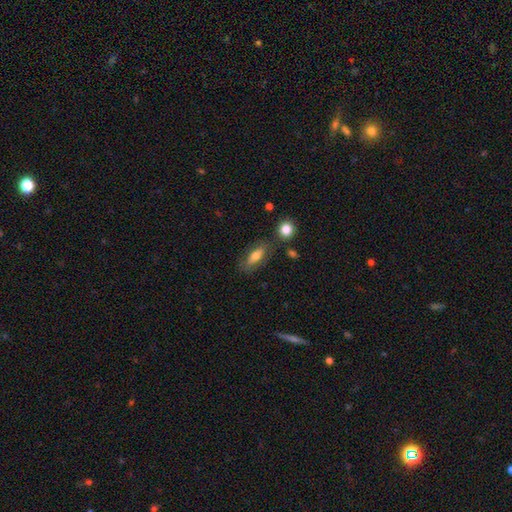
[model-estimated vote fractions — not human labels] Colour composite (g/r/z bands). It shows a smooth galaxy with no disk features (65%) that is in between round and cigar-shaped (68%). Merging: none (71%).